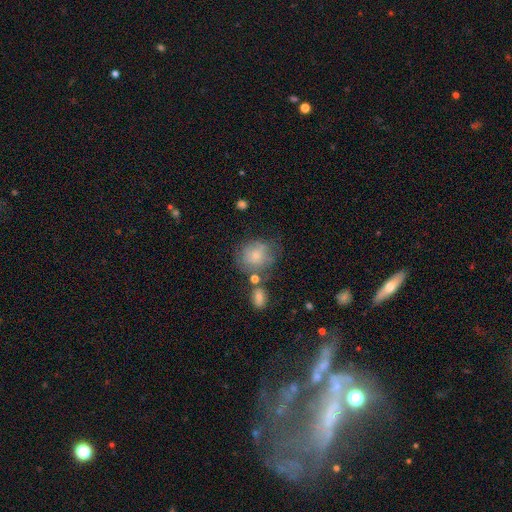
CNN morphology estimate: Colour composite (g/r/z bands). It shows a smooth galaxy with no disk features (70%) that is round (72%). Merging: none (49%).